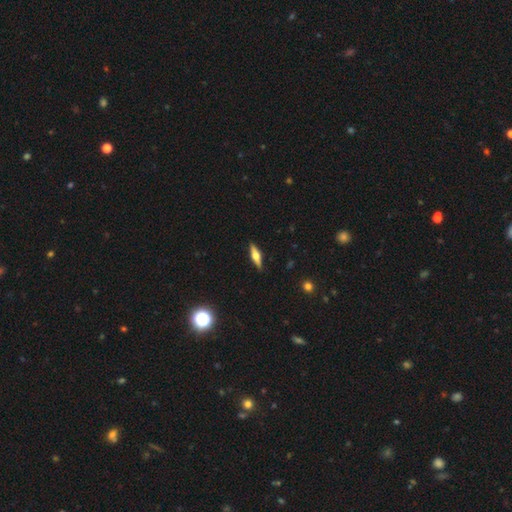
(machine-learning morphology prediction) This appears to be a featured or disk galaxy (61%) viewed edge-on (95%) with a rounded central bulge (93%). Merging: none (90%).